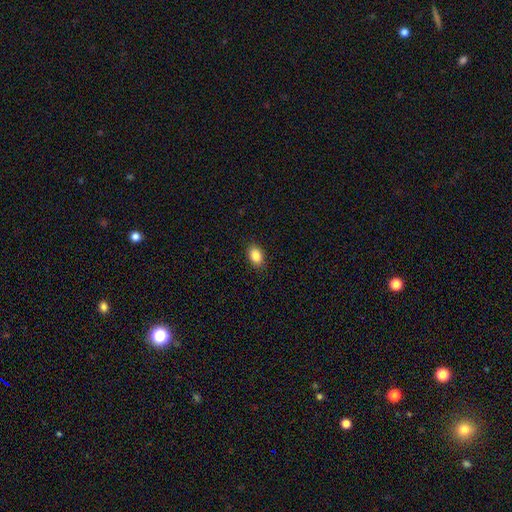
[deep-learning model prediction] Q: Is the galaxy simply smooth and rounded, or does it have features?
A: smooth — 86%.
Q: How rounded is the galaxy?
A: in between — 85%.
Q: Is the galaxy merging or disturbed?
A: none — 89%.